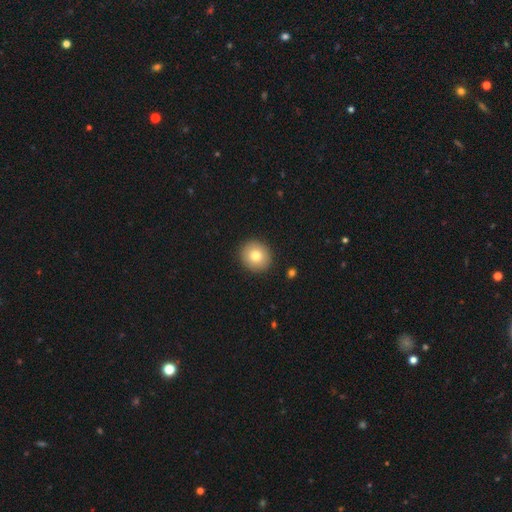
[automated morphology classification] smooth-or-featured: smooth: 79% | featured or disk: 12% | star or artifact: 9%
  how-rounded: round: 87% | in between: 12% | cigar-shaped: 1%
  merging: none: 91% | minor disturbance: 6% | major disturbance: 2% | merger: 1%